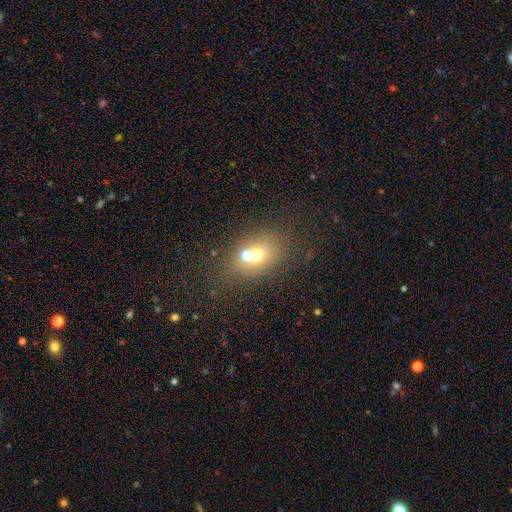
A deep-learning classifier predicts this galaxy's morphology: smooth-or-featured: smooth: 62% | featured or disk: 23% | star or artifact: 16%
  how-rounded: in between: 56% | round: 43% | cigar-shaped: 1%
  merging: none: 45% | merger: 41% | minor disturbance: 9% | major disturbance: 4%